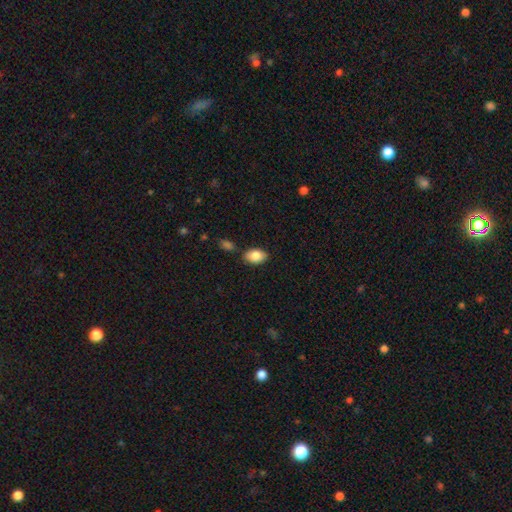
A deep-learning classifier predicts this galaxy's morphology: Overall: smooth (85%). How rounded: in between (89%). Merging: none (81%).